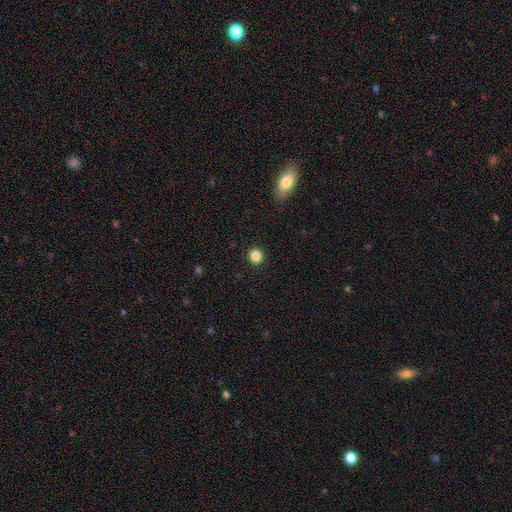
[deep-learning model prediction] Smooth or featured? Predicted: smooth (p=0.85). How rounded? Predicted: round (p=0.86). Merging? Predicted: none (p=0.92).